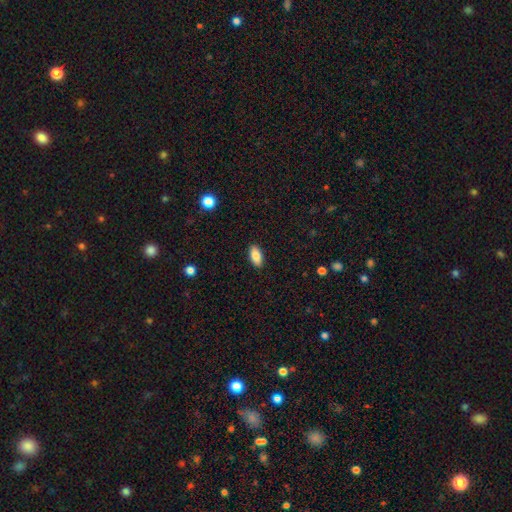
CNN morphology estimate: type=smooth (85%); roundness=in between (91%); merging=none (90%).